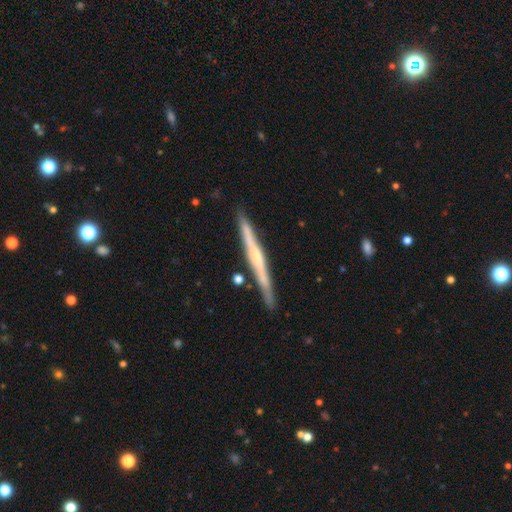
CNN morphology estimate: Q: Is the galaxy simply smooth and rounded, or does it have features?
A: featured or disk — 67%.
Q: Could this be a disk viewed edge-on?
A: yes — 97%.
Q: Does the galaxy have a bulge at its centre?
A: rounded — 45%.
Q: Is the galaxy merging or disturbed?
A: none — 85%.